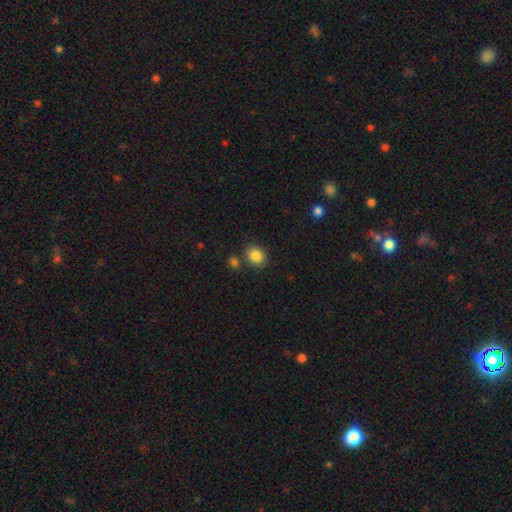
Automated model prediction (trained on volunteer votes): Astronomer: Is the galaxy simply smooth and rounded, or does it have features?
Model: smooth — 86%.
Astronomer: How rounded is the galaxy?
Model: round — 63%.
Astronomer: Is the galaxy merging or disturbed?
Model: none — 77%.